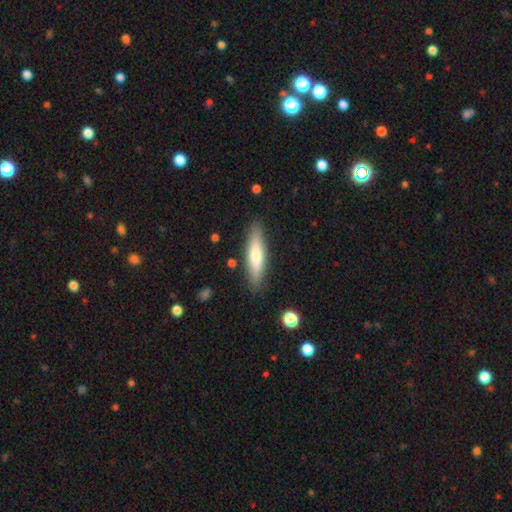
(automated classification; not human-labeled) Overall: smooth (64%; featured or disk 30%). How rounded: cigar-shaped (77%). Merging: none (88%).